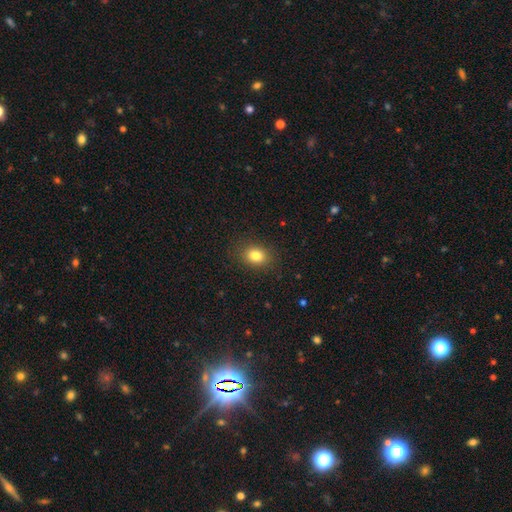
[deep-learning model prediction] smooth 82%, star or artifact 11%, featured or disk 7%. Down the decision tree: how rounded — in between (58%); merging — none (87%).